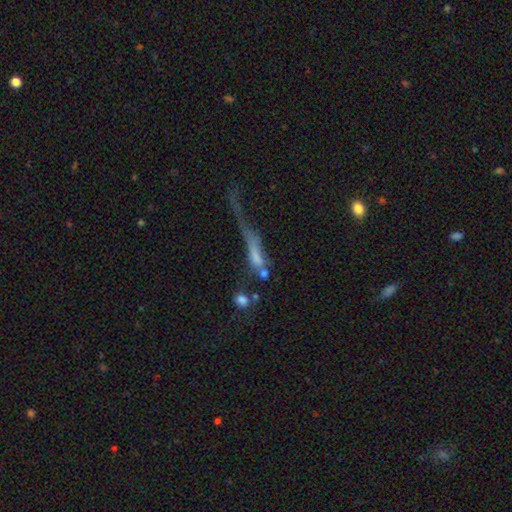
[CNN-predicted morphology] A smooth galaxy with no disk features (49%).

Vote fractions:
- Smooth or featured? smooth: 49% / featured or disk: 36% / star or artifact: 15%
- Merging? major disturbance: 49% / merger: 25% / none: 16% / minor disturbance: 11%